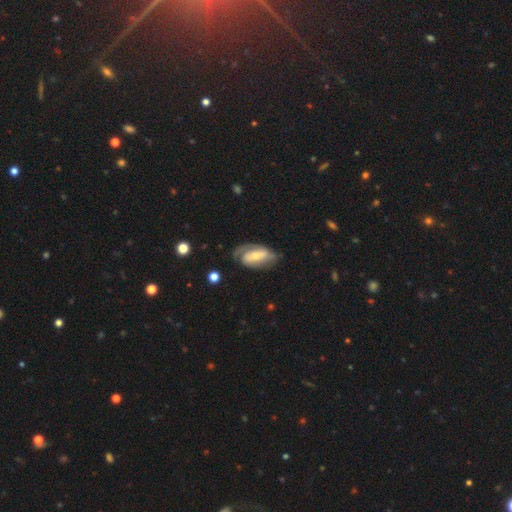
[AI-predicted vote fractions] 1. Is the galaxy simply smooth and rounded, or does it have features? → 70% featured or disk, 25% smooth, 6% star or artifact.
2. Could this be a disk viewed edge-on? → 93% no, 7% yes.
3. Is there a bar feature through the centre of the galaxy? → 37% strong, 33% weak, 30% no.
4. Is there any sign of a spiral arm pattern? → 84% yes, 16% no.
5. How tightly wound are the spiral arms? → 40% tight, 39% medium, 21% loose.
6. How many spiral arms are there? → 64% 2, 16% can't tell, 14% 1, 3% 3, 1% 4, 1% more than 4.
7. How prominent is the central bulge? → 49% small, 42% moderate, 5% large, 2% none, 1% dominant.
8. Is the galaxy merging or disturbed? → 60% none, 24% minor disturbance, 14% major disturbance, 2% merger.